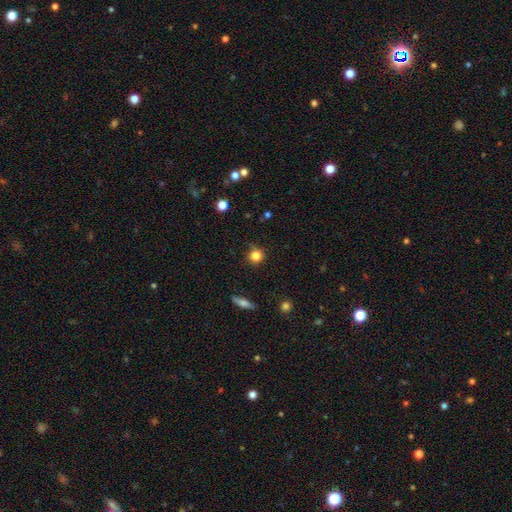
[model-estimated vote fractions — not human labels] Smooth or featured: smooth — 82% (star or artifact — 12%)
How rounded: round — 91% (in between — 8%)
Merging: none — 75% (minor disturbance — 18%)